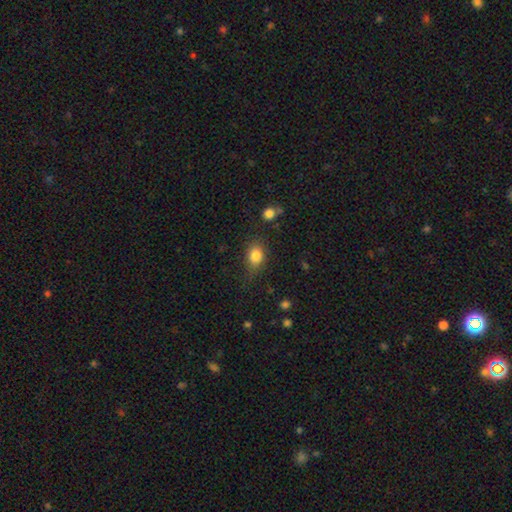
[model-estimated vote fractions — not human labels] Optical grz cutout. It shows a smooth galaxy with no disk features (82%) that is in between round and cigar-shaped (62%). Merging: none (68%).